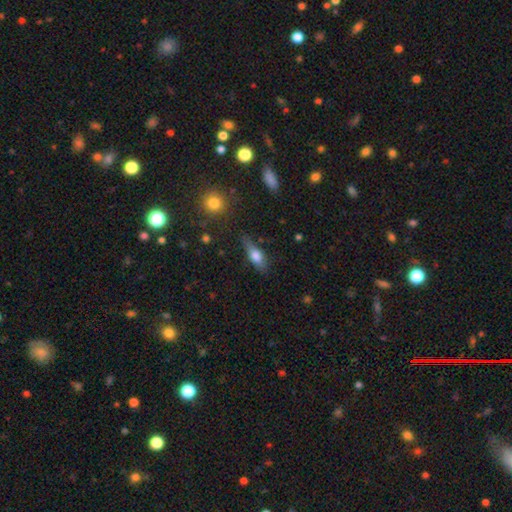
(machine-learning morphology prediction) Q: Smooth or featured?
A: smooth (68%); runner-up: featured or disk (24%)
Q: How rounded?
A: in between (63%); runner-up: cigar-shaped (32%)
Q: Merging?
A: none (62%); runner-up: minor disturbance (27%)